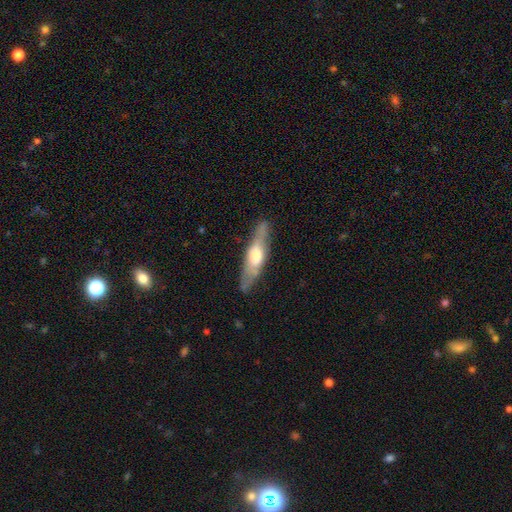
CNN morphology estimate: type=featured or disk (56%); edge-on=yes (81%); merging=none (78%).